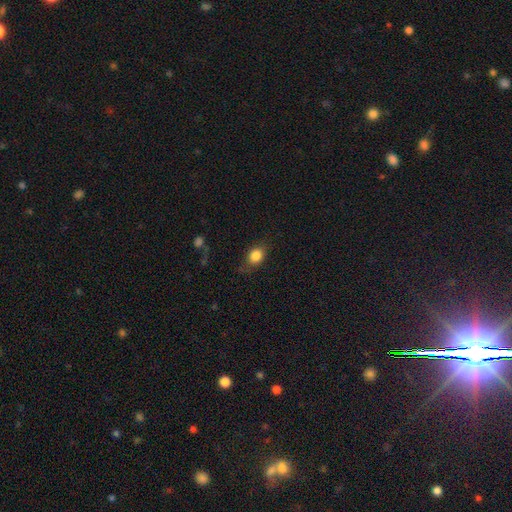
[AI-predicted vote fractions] Smooth or featured? smooth (83%)
How rounded? in between (55%)
Merging? none (70%)